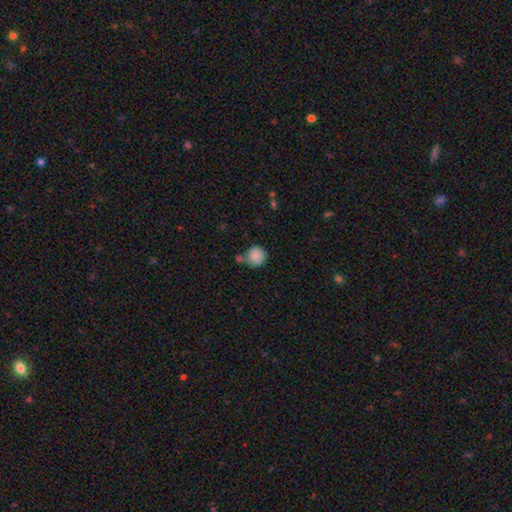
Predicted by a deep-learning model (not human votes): smooth 87%, star or artifact 8%, featured or disk 5%. Down the decision tree: how rounded — round (91%); merging — none (62%).